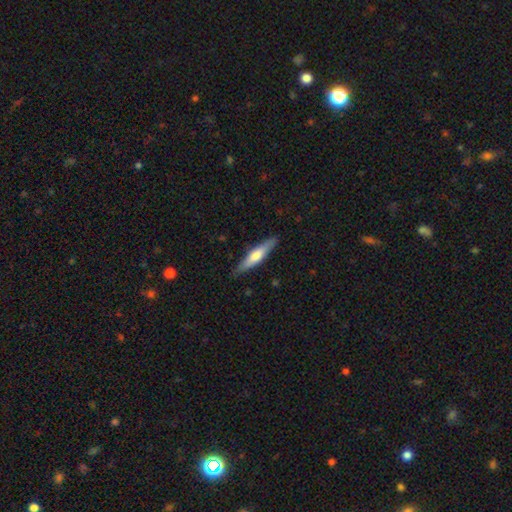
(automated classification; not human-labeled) A smooth galaxy with no disk features (52%) that is cigar-shaped (84%).

Vote fractions:
- Smooth or featured? smooth: 52% / featured or disk: 43% / star or artifact: 5%
- How rounded? cigar-shaped: 84% / in between: 15% / round: 1%
- Merging? none: 88% / minor disturbance: 9% / major disturbance: 2% / merger: 1%